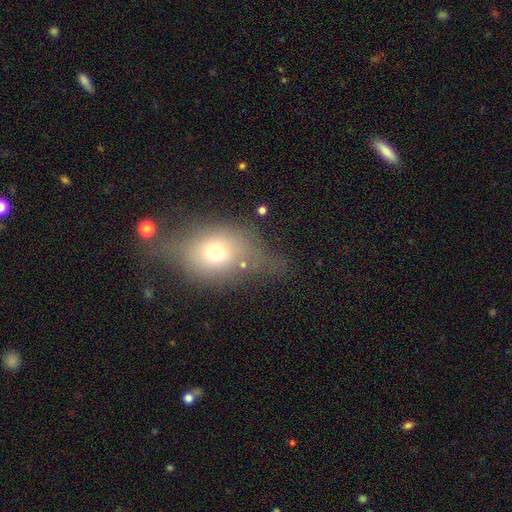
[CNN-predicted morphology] Smooth or featured?
  - smooth: 49% *
  - featured or disk: 34%
  - star or artifact: 18%
Merging?
  - none: 60% *
  - minor disturbance: 25%
  - major disturbance: 11%
  - merger: 4%